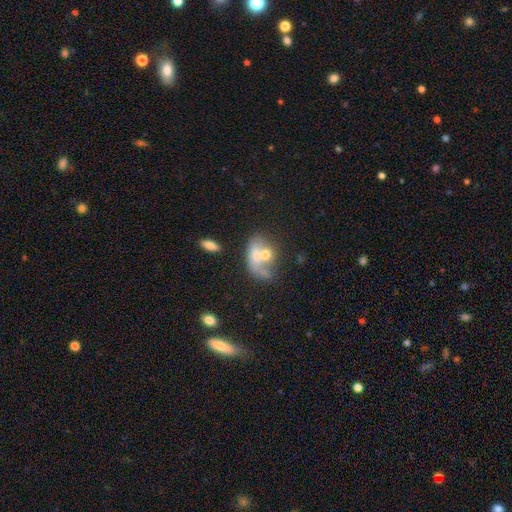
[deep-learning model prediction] The model was most divided on "smooth or featured": smooth: 57%, featured or disk: 34%, star or artifact: 9%. More confident: how rounded — in between (75%); merging — merger (57%).